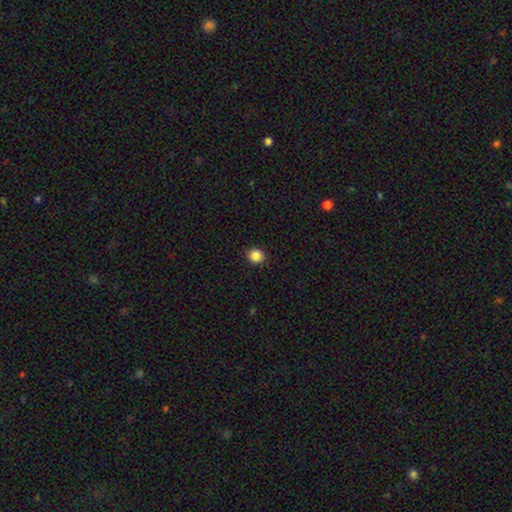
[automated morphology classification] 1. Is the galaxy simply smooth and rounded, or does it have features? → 87% smooth, 10% star or artifact, 3% featured or disk.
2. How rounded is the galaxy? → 84% round, 15% in between, 1% cigar-shaped.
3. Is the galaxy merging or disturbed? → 92% none, 6% minor disturbance, 2% major disturbance, 1% merger.